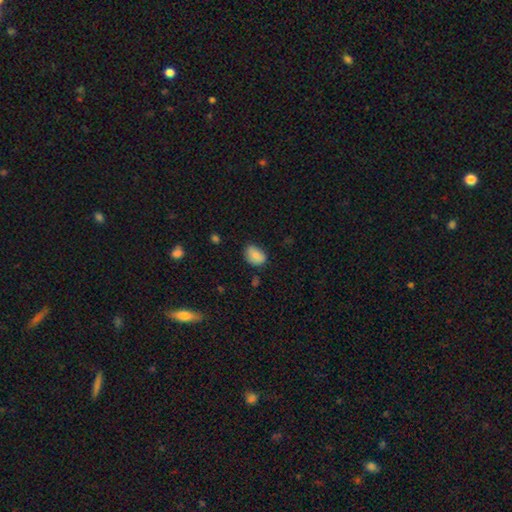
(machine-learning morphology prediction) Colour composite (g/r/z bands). It shows a smooth galaxy with no disk features (83%) that is in between round and cigar-shaped (78%). Merging: none (65%).